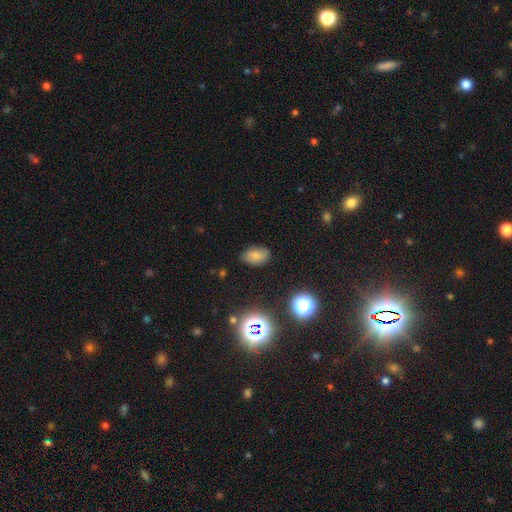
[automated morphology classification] Smooth or featured?
  - smooth: 73% *
  - star or artifact: 16%
  - featured or disk: 11%
How rounded?
  - in between: 89% *
  - round: 9%
  - cigar-shaped: 1%
Merging?
  - none: 78% *
  - minor disturbance: 16%
  - major disturbance: 4%
  - merger: 2%